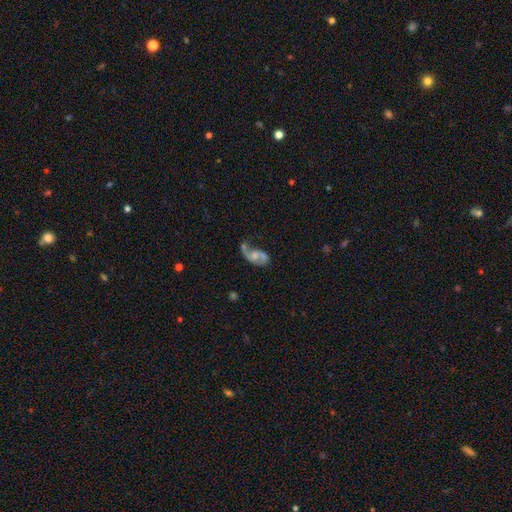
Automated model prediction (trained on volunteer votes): A featured or disk galaxy (78%) with no bar (58%), 2 (77%) loose (59%) spiral arms (91%) and a moderate central bulge (41%). Merging: none (42%).